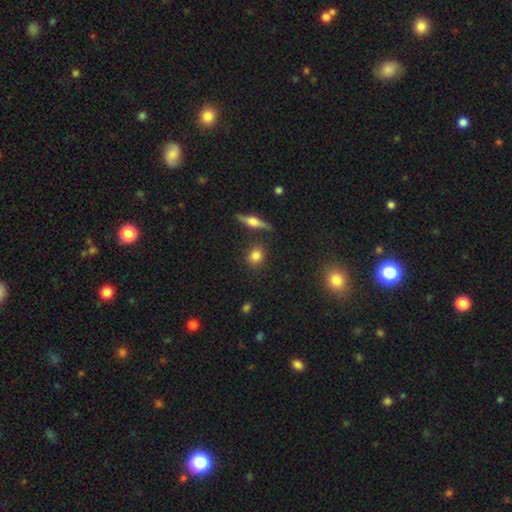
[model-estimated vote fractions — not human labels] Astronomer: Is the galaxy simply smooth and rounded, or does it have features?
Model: smooth — 80%.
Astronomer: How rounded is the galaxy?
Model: round — 69%.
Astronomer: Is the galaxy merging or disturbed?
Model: none — 82%.